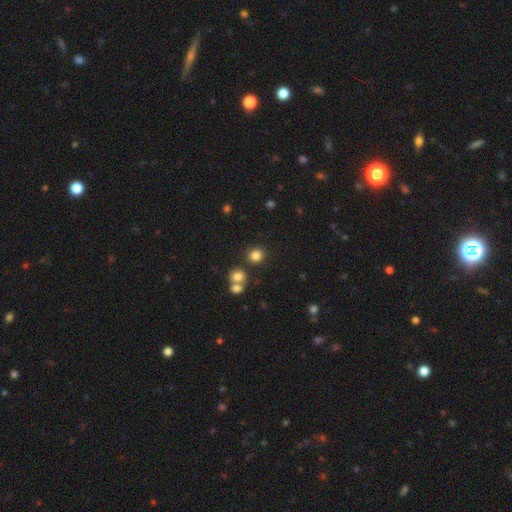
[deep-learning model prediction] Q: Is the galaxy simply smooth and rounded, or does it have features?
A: smooth — 81%.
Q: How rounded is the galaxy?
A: round — 82%.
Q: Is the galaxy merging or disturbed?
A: none — 76%.